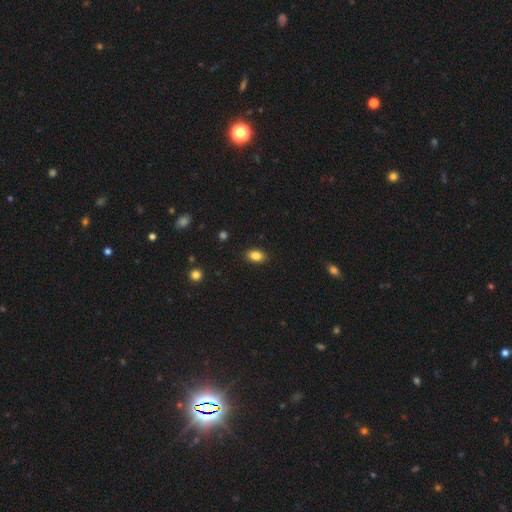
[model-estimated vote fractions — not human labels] A smooth galaxy with no disk features (85%) that is in between round and cigar-shaped (85%). Merging: none (89%).